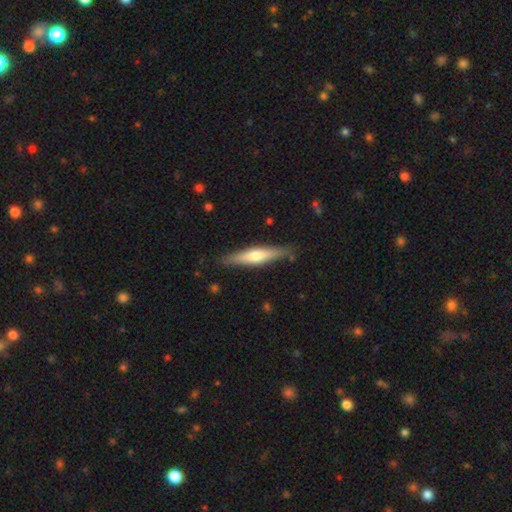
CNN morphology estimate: Smooth or featured?
  - featured or disk: 49% *
  - smooth: 46%
  - star or artifact: 5%
Merging?
  - none: 86% *
  - minor disturbance: 10%
  - major disturbance: 2%
  - merger: 2%